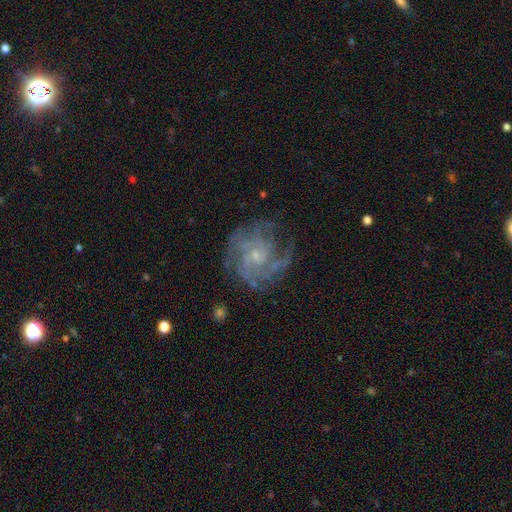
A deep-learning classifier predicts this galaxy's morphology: Q: Smooth or featured?
A: featured or disk (84%); runner-up: smooth (8%)
Q: Edge-on disk?
A: no (98%); runner-up: yes (2%)
Q: Bar?
A: no (70%); runner-up: weak (26%)
Q: Spiral arms?
A: yes (94%); runner-up: no (6%)
Q: Spiral winding?
A: tight (51%); runner-up: medium (39%)
Q: Spiral arm count?
A: can't tell (28%); runner-up: 4 (24%)
Q: Bulge size?
A: small (72%); runner-up: moderate (20%)
Q: Merging?
A: none (69%); runner-up: minor disturbance (17%)